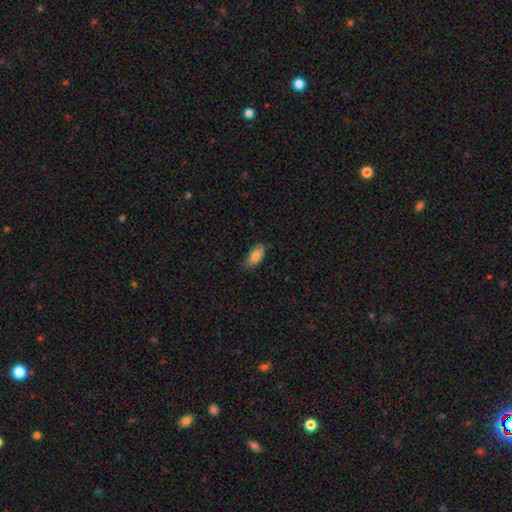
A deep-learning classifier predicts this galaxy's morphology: Q: Smooth or featured?
A: smooth (83%); runner-up: featured or disk (10%)
Q: How rounded?
A: in between (92%); runner-up: cigar-shaped (5%)
Q: Merging?
A: none (70%); runner-up: minor disturbance (25%)